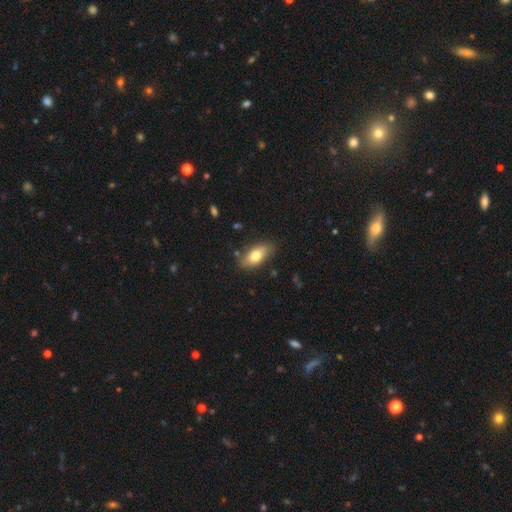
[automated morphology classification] This appears to be a smooth galaxy with no disk features (75%) that is in between round and cigar-shaped (87%). Merging: none (82%).